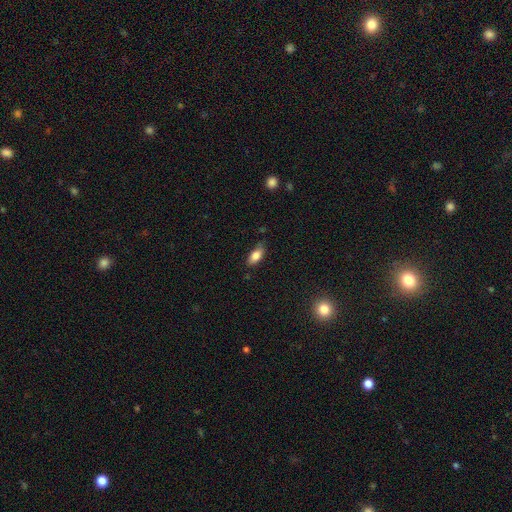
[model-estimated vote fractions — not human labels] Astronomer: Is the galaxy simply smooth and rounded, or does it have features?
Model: smooth — 83%.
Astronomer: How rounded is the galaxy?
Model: in between — 87%.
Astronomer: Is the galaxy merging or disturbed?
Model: none — 72%.